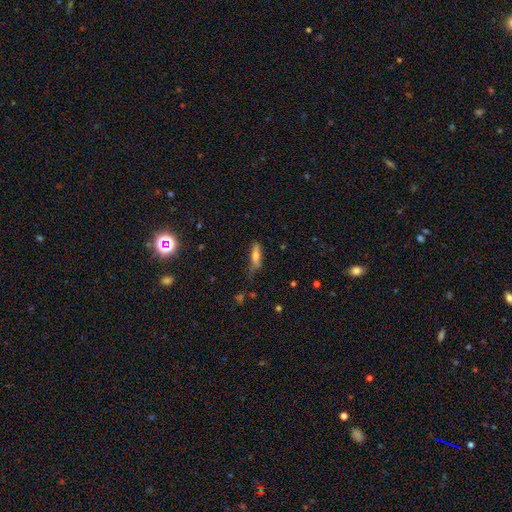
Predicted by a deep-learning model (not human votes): This is likely a smooth galaxy (63%). How rounded: likely cigar-shaped (61%). Merging: possibly none (57%).